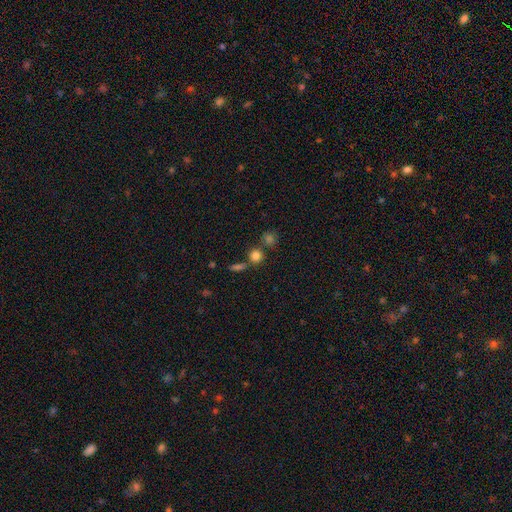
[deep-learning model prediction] Smooth or featured? Predicted: smooth (p=0.80). How rounded? Predicted: round (p=0.85). Merging? Predicted: none (p=0.64).